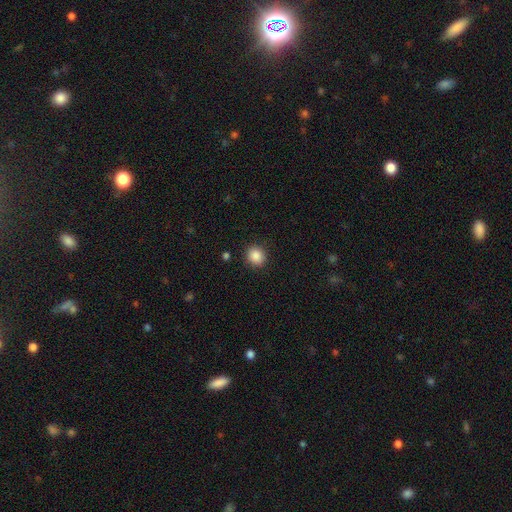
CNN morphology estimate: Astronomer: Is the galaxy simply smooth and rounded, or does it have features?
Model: smooth — 87%.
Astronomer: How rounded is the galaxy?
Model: round — 86%.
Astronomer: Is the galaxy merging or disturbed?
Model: none — 90%.